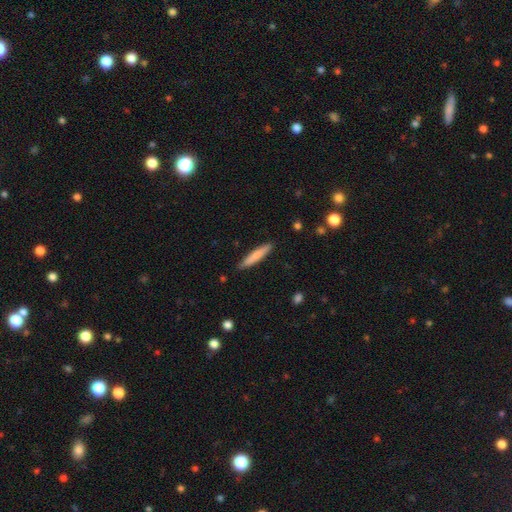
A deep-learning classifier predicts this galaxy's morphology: This is likely a smooth galaxy (78%). How rounded: clearly cigar-shaped (91%). Merging: clearly none (88%).